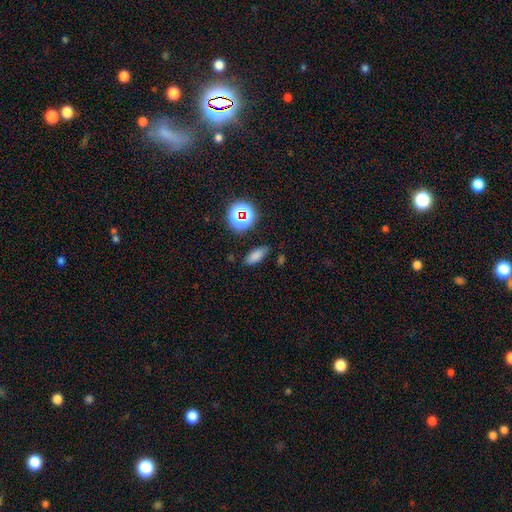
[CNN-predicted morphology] type=smooth (75%); roundness=in between (78%); merging=none (81%).